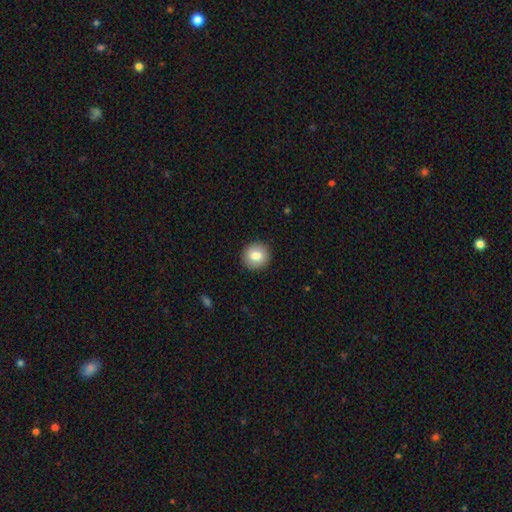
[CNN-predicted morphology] This appears to be a smooth galaxy with no disk features (81%) that is round (91%). Merging: none (92%).